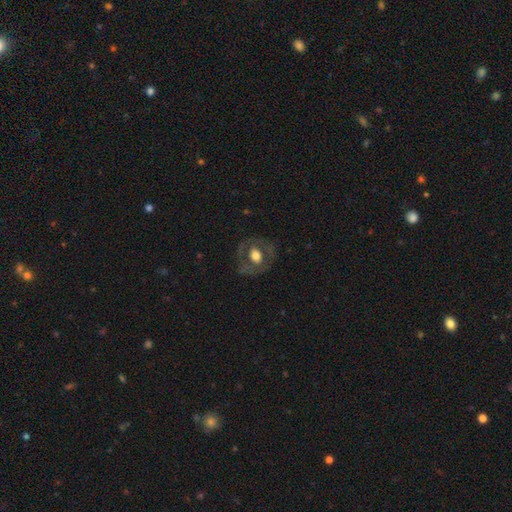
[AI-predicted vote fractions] Q: Smooth or featured?
A: featured or disk (50%); runner-up: smooth (43%)
Q: Merging?
A: none (76%); runner-up: minor disturbance (14%)